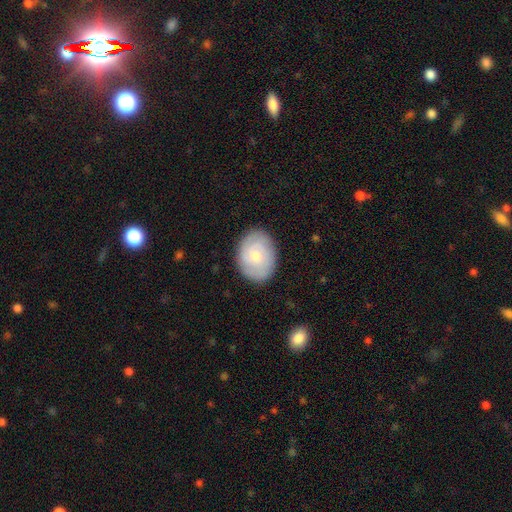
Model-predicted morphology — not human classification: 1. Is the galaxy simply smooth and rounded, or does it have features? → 53% smooth, 41% featured or disk, 7% star or artifact.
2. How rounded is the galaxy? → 62% in between, 37% round, 1% cigar-shaped.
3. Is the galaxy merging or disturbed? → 84% none, 12% minor disturbance, 3% major disturbance, 1% merger.